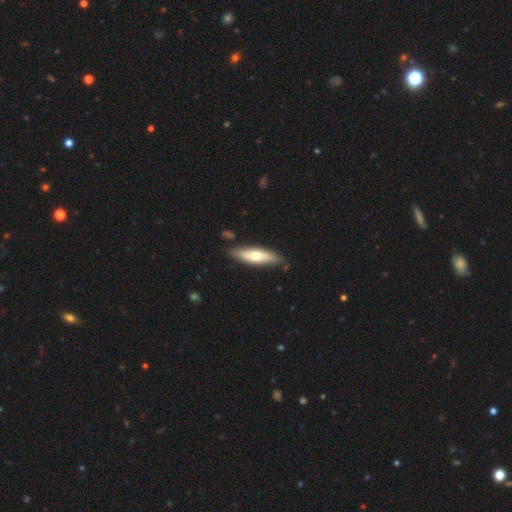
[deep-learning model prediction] Smooth or featured? Predicted: smooth (p=0.58). How rounded? Predicted: cigar-shaped (p=0.62). Merging? Predicted: none (p=0.84).